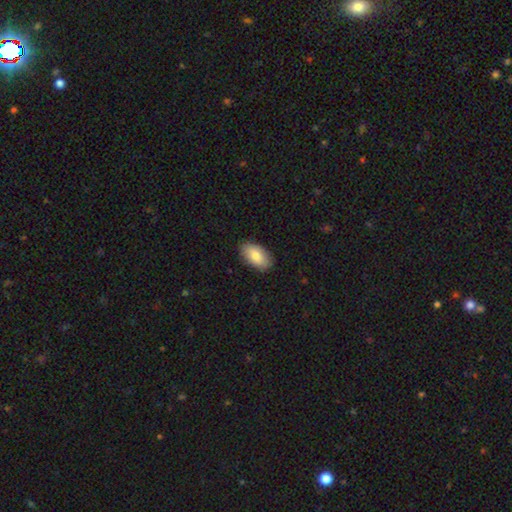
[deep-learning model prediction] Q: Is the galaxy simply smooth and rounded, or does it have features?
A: smooth — 81%.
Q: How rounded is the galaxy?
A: in between — 94%.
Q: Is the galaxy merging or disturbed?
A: none — 87%.